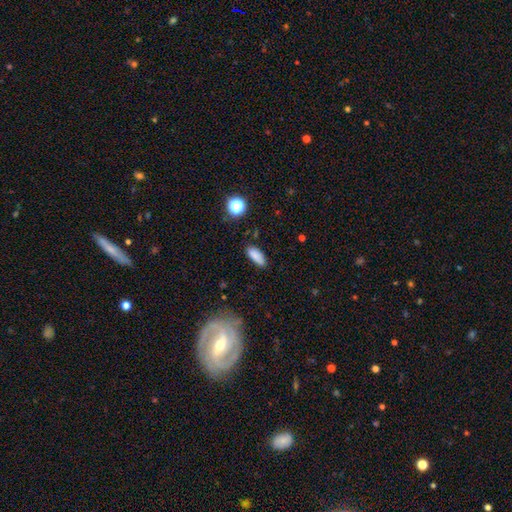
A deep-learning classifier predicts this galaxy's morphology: smooth_or_featured: smooth (p=0.85) [alt: star or artifact p=0.10]
how_rounded: in between (p=0.76) [alt: cigar-shaped p=0.21]
merging: none (p=0.81) [alt: minor disturbance p=0.13]